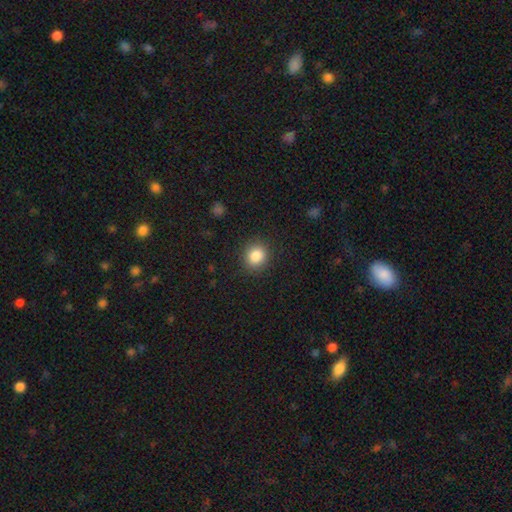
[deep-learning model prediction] Smooth or featured?
  - smooth: 85% *
  - star or artifact: 10%
  - featured or disk: 5%
How rounded?
  - round: 81% *
  - in between: 18%
  - cigar-shaped: 1%
Merging?
  - none: 88% *
  - minor disturbance: 8%
  - major disturbance: 3%
  - merger: 1%